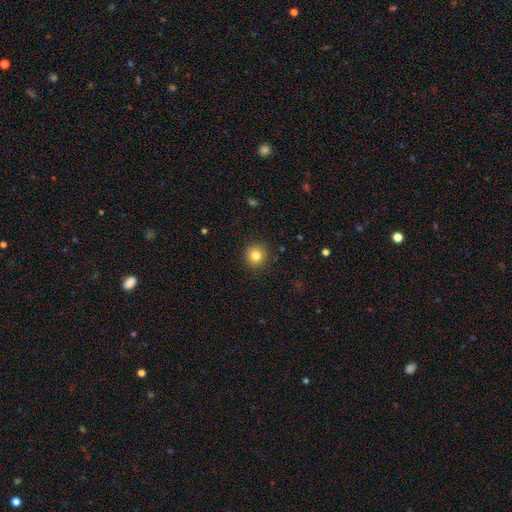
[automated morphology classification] Overall: smooth (81%). How rounded: round (93%). Merging: none (91%).